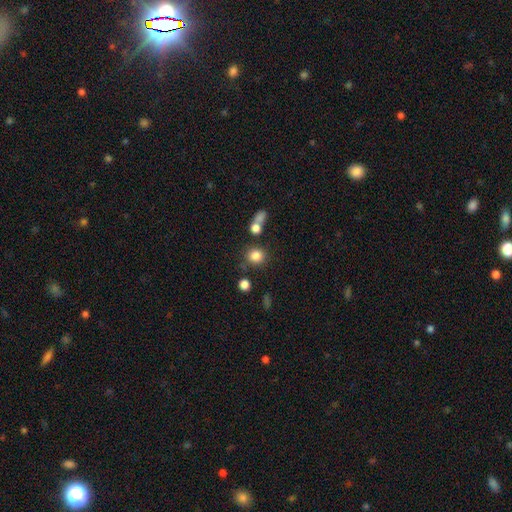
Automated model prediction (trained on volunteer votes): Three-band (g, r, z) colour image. It shows a smooth galaxy with no disk features (82%) that is round (85%). Merging: none (74%).